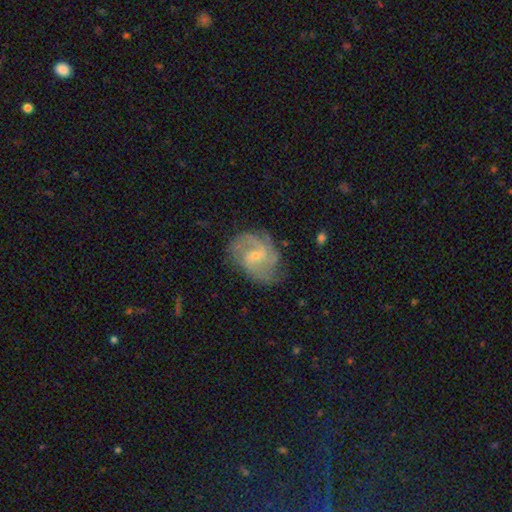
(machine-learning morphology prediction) Smooth or featured?
  - featured or disk: 82% *
  - smooth: 12%
  - star or artifact: 6%
Edge-on disk?
  - no: 98% *
  - yes: 2%
Bar?
  - weak: 61% *
  - no: 26%
  - strong: 13%
Spiral arms?
  - yes: 95% *
  - no: 5%
Spiral winding?
  - medium: 50% *
  - tight: 29%
  - loose: 20%
Spiral arm count?
  - 2: 42% *
  - 3: 26%
  - can't tell: 18%
  - 4: 6%
  - 1: 4%
  - more than 4: 4%
Bulge size?
  - small: 62% *
  - moderate: 29%
  - none: 7%
  - large: 1%
  - dominant: 1%
Merging?
  - none: 69% *
  - minor disturbance: 21%
  - major disturbance: 9%
  - merger: 2%